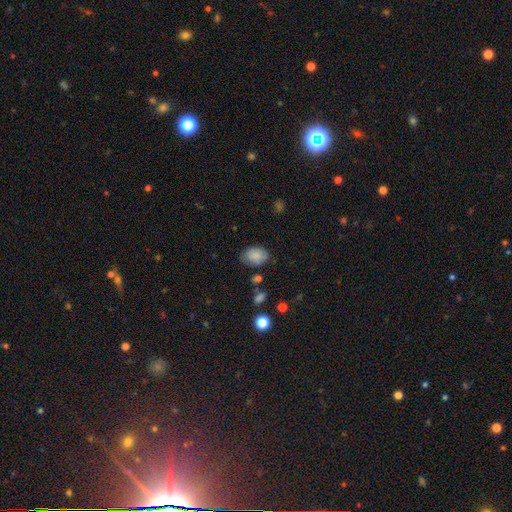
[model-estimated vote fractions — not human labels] Q: Smooth or featured?
A: smooth (84%); runner-up: star or artifact (8%)
Q: How rounded?
A: in between (80%); runner-up: round (19%)
Q: Merging?
A: none (74%); runner-up: minor disturbance (19%)